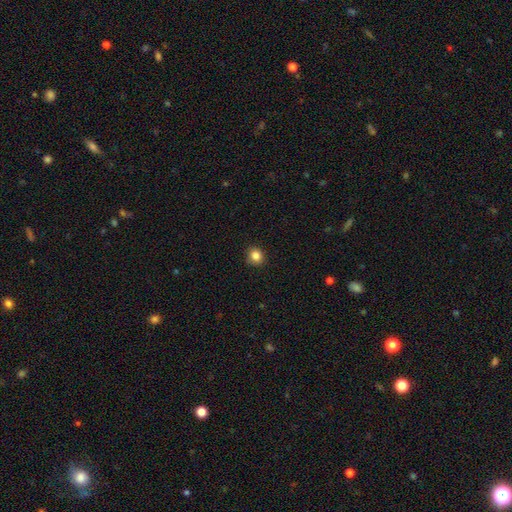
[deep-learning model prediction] Q: Smooth or featured?
A: smooth (85%); runner-up: star or artifact (11%)
Q: How rounded?
A: round (83%); runner-up: in between (16%)
Q: Merging?
A: none (89%); runner-up: minor disturbance (8%)